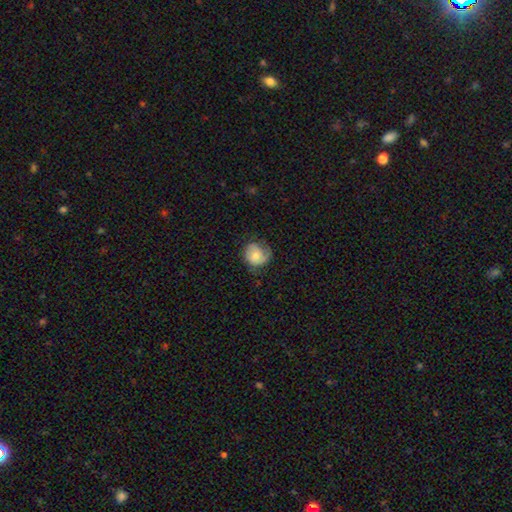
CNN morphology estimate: smooth_or_featured: smooth (p=0.55) [alt: featured or disk p=0.38]
how_rounded: round (p=0.72) [alt: in between p=0.27]
merging: none (p=0.55) [alt: minor disturbance p=0.29]